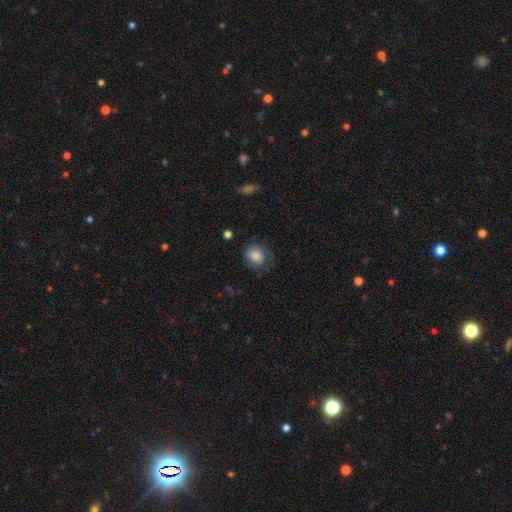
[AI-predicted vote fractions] Smooth or featured: smooth — 83% (featured or disk — 9%)
How rounded: round — 62% (in between — 37%)
Merging: none — 69% (minor disturbance — 21%)